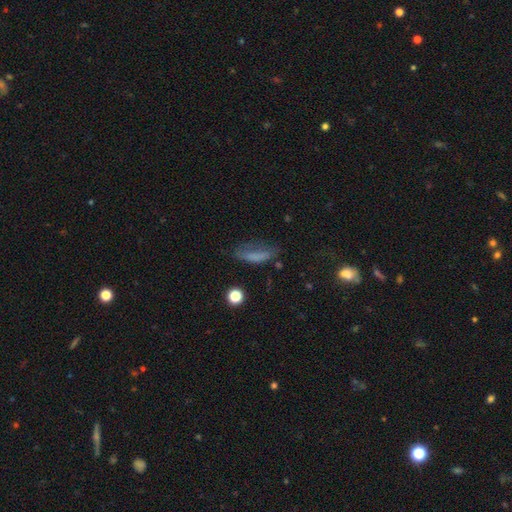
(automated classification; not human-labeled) Smooth or featured?
  - smooth: 64% *
  - featured or disk: 20%
  - star or artifact: 15%
How rounded?
  - in between: 53% *
  - cigar-shaped: 42%
  - round: 5%
Merging?
  - none: 45% *
  - minor disturbance: 27%
  - major disturbance: 24%
  - merger: 4%